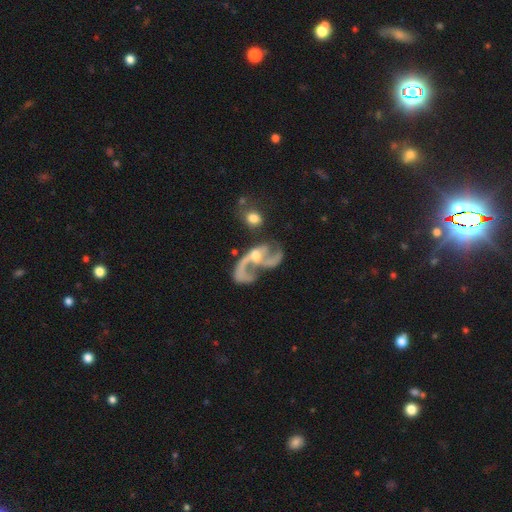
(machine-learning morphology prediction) smooth-or-featured: featured or disk: 82% | smooth: 9% | star or artifact: 9%
  disk-edge-on: no: 96% | yes: 4%
    bar: no: 58% | weak: 31% | strong: 11%
    has-spiral-arms: yes: 87% | no: 13%
      spiral-winding: loose: 59% | medium: 31% | tight: 10%
      spiral-arm-count: 2: 70% | 1: 15% | can't tell: 7% | 3: 4% | 4: 2% | more than 4: 2%
    bulge-size: moderate: 45% | small: 41% | none: 8% | large: 5% | dominant: 2%
  merging: merger: 35% | major disturbance: 26% | none: 26% | minor disturbance: 13%